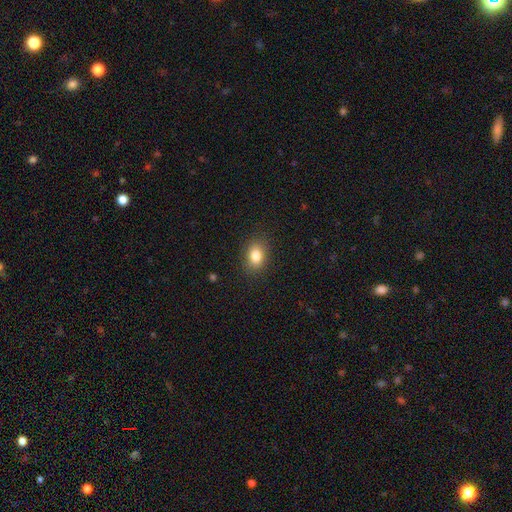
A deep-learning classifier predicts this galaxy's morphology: A smooth galaxy with no disk features (83%) that is in between round and cigar-shaped (67%).

Vote fractions:
- Smooth or featured? smooth: 83% / star or artifact: 10% / featured or disk: 7%
- How rounded? in between: 67% / round: 32% / cigar-shaped: 1%
- Merging? none: 87% / minor disturbance: 10% / major disturbance: 3% / merger: 1%